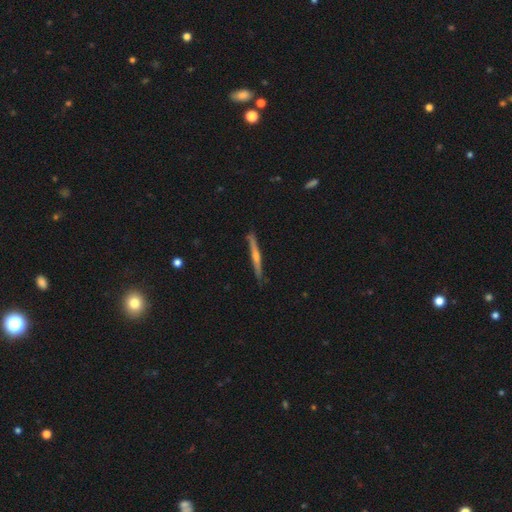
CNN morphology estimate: Smooth or featured? Predicted: featured or disk (p=0.72). Edge-on disk? Predicted: yes (p=0.97). Edge-on bulge? Predicted: rounded (p=0.74). Merging? Predicted: none (p=0.88).